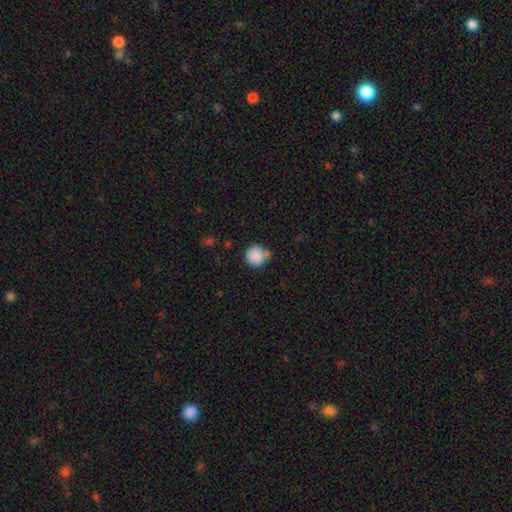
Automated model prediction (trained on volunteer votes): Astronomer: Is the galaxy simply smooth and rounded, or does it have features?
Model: smooth — 88%.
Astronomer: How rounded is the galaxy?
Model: round — 93%.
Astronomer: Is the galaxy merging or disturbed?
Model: none — 70%.